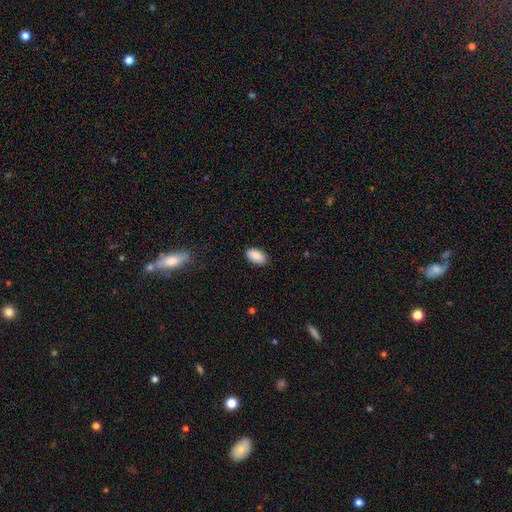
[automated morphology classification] The model was most divided on "merging": none: 85%, minor disturbance: 11%, major disturbance: 2%, merger: 1%. More confident: how rounded — in between (94%); smooth or featured — smooth (89%).